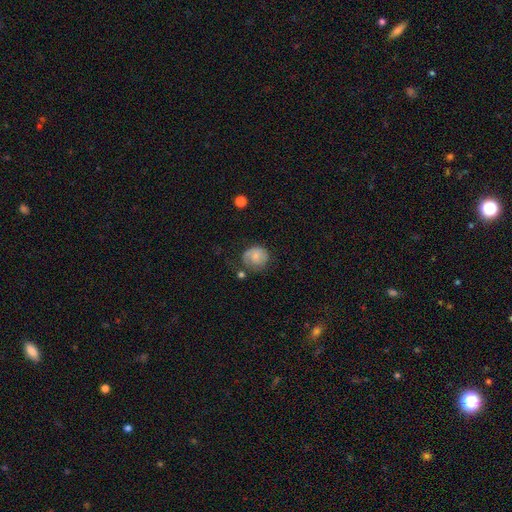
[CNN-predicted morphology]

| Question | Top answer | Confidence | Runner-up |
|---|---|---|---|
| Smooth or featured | smooth | 61% | featured or disk (31%) |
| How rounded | round | 79% | in between (20%) |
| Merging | none | 58% | minor disturbance (26%) |